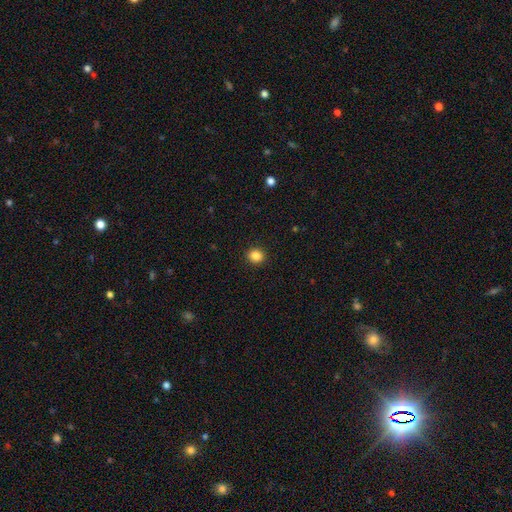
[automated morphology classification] Q: Smooth or featured?
A: smooth (85%); runner-up: star or artifact (11%)
Q: How rounded?
A: round (85%); runner-up: in between (14%)
Q: Merging?
A: none (92%); runner-up: minor disturbance (5%)